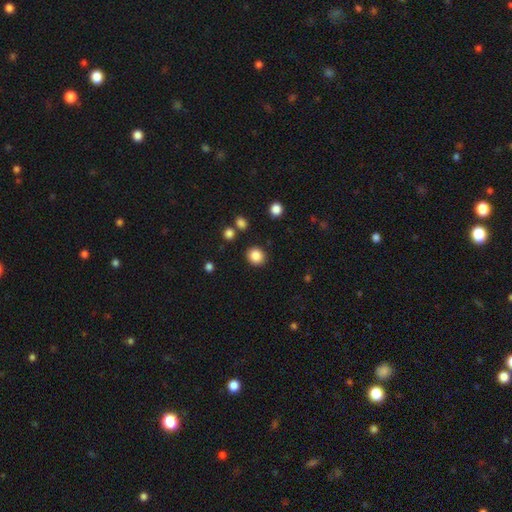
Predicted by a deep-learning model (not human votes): Smooth or featured?
  - smooth: 85% *
  - star or artifact: 10%
  - featured or disk: 4%
How rounded?
  - round: 82% *
  - in between: 17%
  - cigar-shaped: 1%
Merging?
  - none: 88% *
  - minor disturbance: 7%
  - merger: 3%
  - major disturbance: 3%